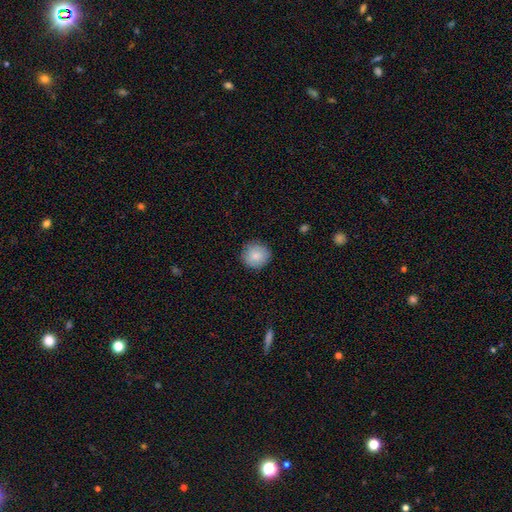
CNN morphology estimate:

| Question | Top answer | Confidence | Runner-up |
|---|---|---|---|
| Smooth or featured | smooth | 86% | star or artifact (7%) |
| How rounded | round | 92% | in between (7%) |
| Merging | none | 88% | minor disturbance (9%) |